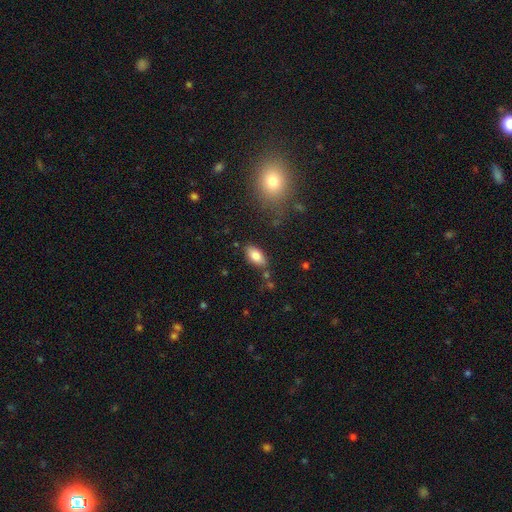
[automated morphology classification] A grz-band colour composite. It shows a smooth galaxy with no disk features (82%) that is in between round and cigar-shaped (90%). Merging: none (80%).